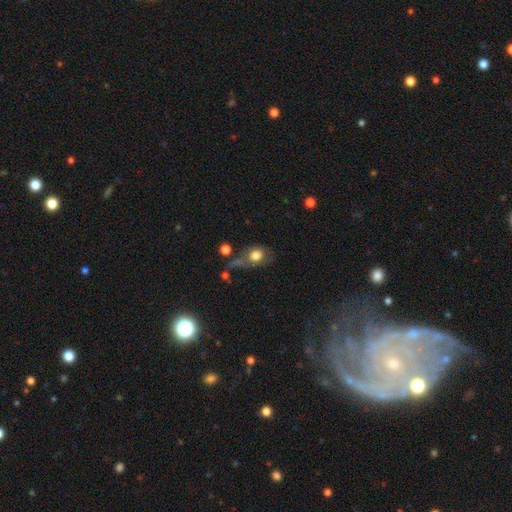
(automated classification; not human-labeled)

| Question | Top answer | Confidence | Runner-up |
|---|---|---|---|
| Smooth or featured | smooth | 74% | featured or disk (16%) |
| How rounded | in between | 56% | round (42%) |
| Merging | none | 39% | minor disturbance (23%) |